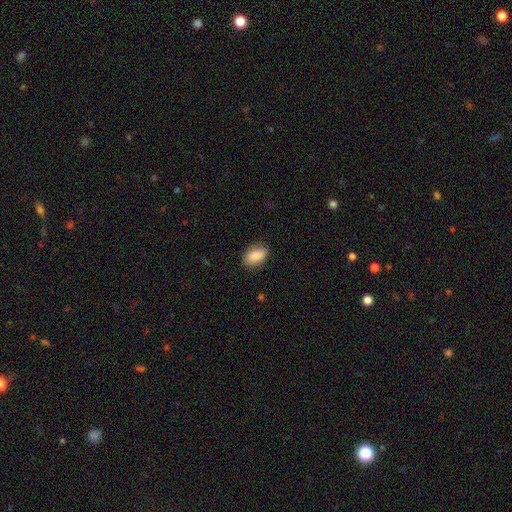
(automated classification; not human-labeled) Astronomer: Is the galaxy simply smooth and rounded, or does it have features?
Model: smooth — 86%.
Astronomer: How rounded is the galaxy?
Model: in between — 90%.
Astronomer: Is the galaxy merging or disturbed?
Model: none — 85%.